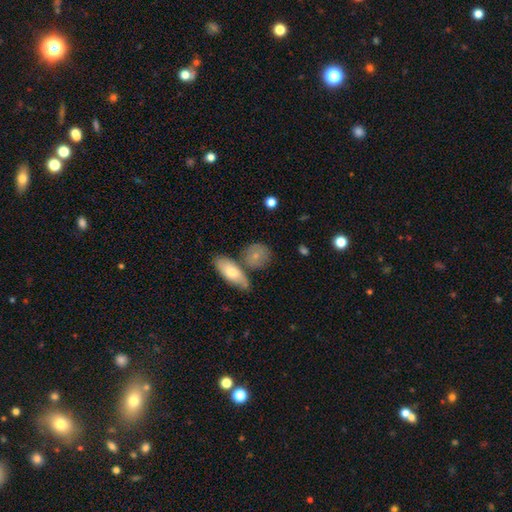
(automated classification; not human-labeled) Smooth or featured?
  - smooth: 75% *
  - featured or disk: 18%
  - star or artifact: 7%
How rounded?
  - round: 66% *
  - in between: 29%
  - cigar-shaped: 4%
Merging?
  - none: 61% *
  - merger: 20%
  - minor disturbance: 14%
  - major disturbance: 4%